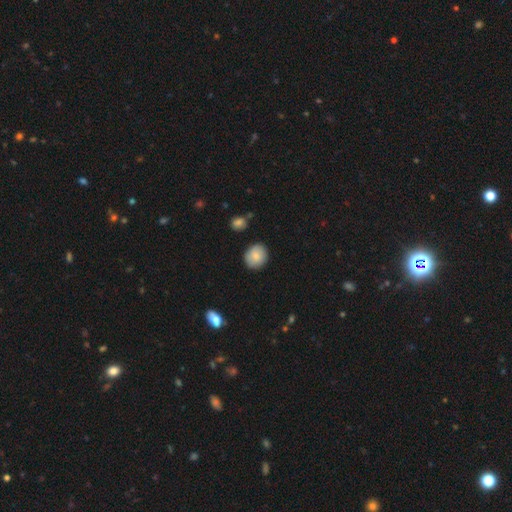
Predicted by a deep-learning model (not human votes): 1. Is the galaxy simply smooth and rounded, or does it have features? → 82% smooth, 11% featured or disk, 7% star or artifact.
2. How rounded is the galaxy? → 78% round, 21% in between, 1% cigar-shaped.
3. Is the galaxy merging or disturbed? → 85% none, 11% minor disturbance, 2% major disturbance, 2% merger.